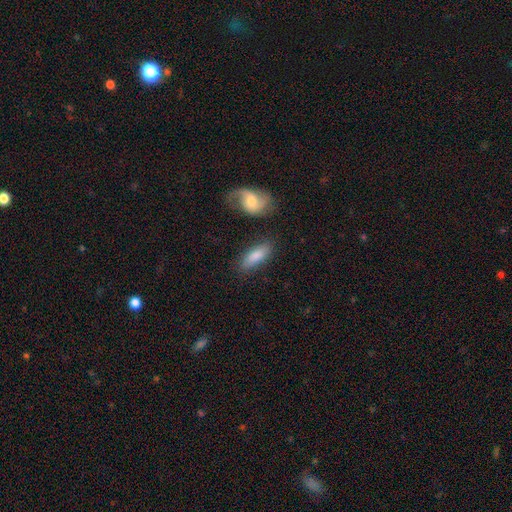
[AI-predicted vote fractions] A smooth galaxy with no disk features (81%) that is in between round and cigar-shaped (65%).

Vote fractions:
- Smooth or featured? smooth: 81% / featured or disk: 13% / star or artifact: 6%
- How rounded? in between: 65% / cigar-shaped: 32% / round: 3%
- Merging? none: 72% / minor disturbance: 15% / merger: 8% / major disturbance: 5%